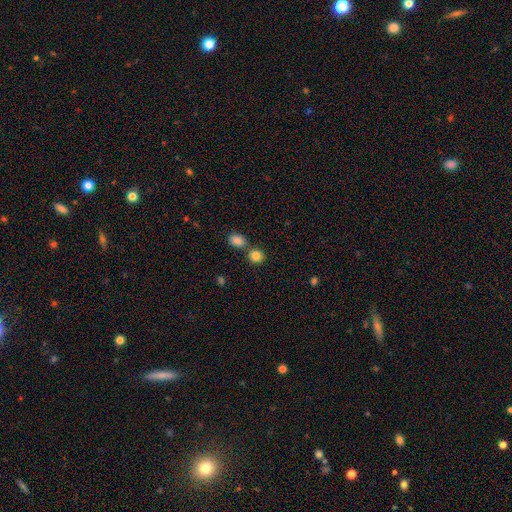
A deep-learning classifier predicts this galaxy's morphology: smooth 85%, star or artifact 10%, featured or disk 5%. Down the decision tree: how rounded — round (80%); merging — none (60%).